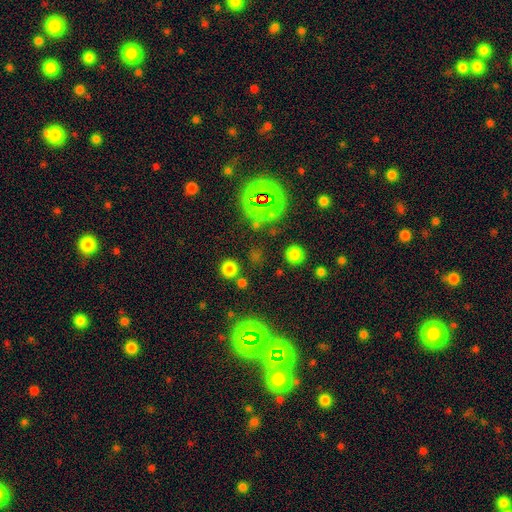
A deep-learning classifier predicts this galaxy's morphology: Smooth or featured: star or artifact — 47% (smooth — 46%)